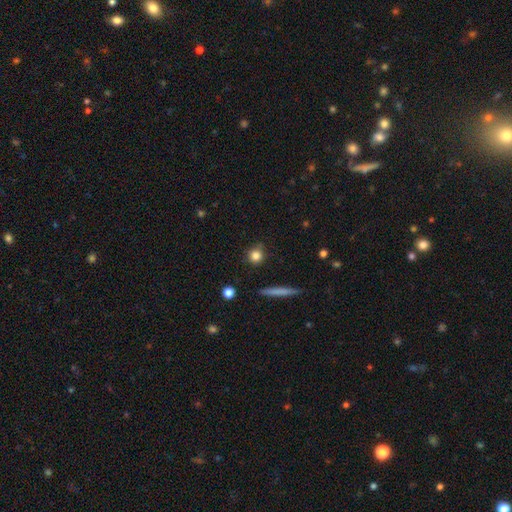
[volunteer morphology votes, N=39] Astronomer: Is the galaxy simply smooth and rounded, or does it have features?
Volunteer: smooth — 79%.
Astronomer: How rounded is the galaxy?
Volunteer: round — 94%.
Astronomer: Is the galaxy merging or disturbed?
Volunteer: none — 67%.